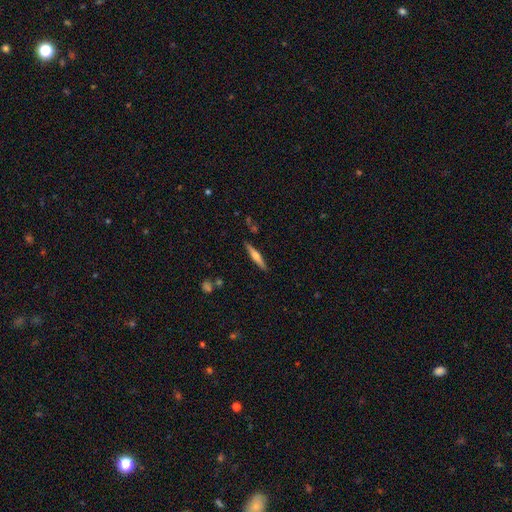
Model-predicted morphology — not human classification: Smooth or featured? featured or disk (54%)
Edge-on disk? yes (96%)
Edge-on bulge? rounded (84%)
Merging? none (88%)